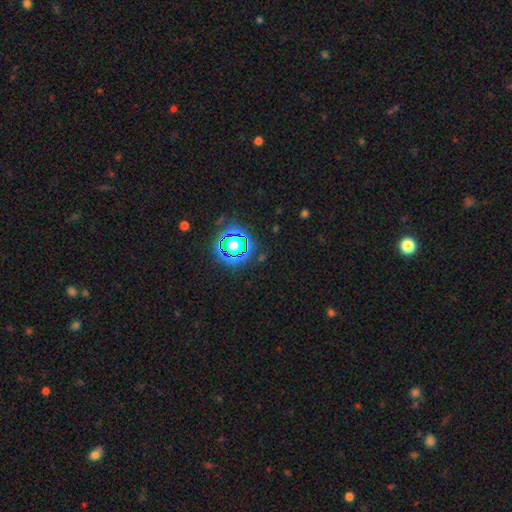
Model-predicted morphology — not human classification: A star or artifact, not a galaxy (80%).

Vote fractions:
- Smooth or featured? star or artifact: 80% / smooth: 13% / featured or disk: 7%